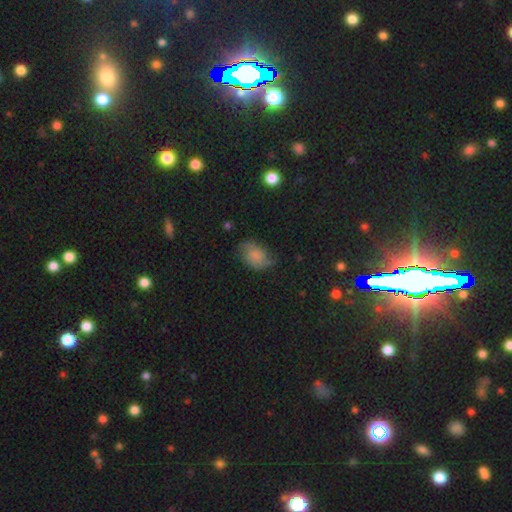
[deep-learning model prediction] The model was most divided on "smooth or featured": smooth: 51%, featured or disk: 37%, star or artifact: 12%. More confident: how rounded — in between (79%); merging — none (59%).